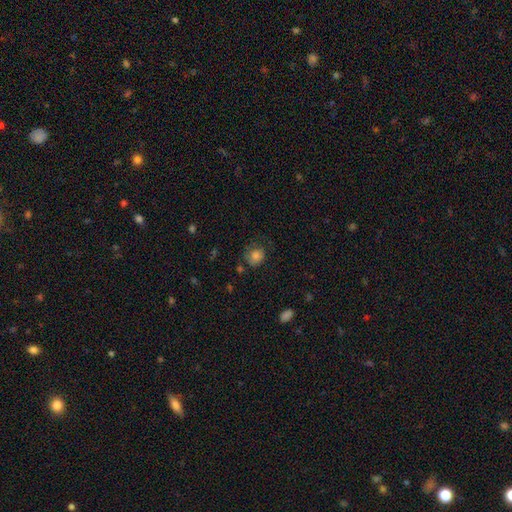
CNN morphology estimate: smooth 80%, star or artifact 10%, featured or disk 10%. Down the decision tree: how rounded — round (68%); merging — none (64%).